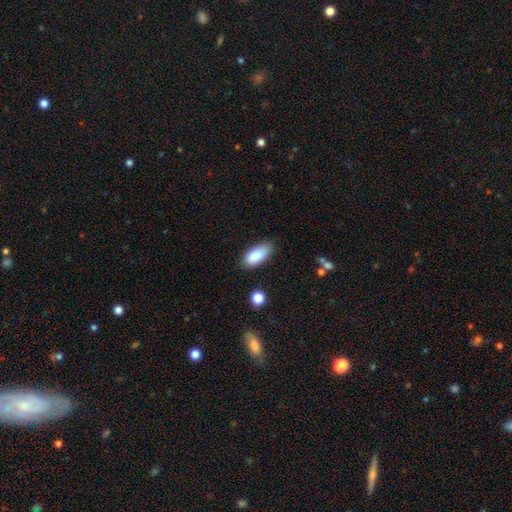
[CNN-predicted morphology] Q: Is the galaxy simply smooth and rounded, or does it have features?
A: smooth — 86%.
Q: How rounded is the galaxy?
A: in between — 86%.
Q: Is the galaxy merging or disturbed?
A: none — 80%.